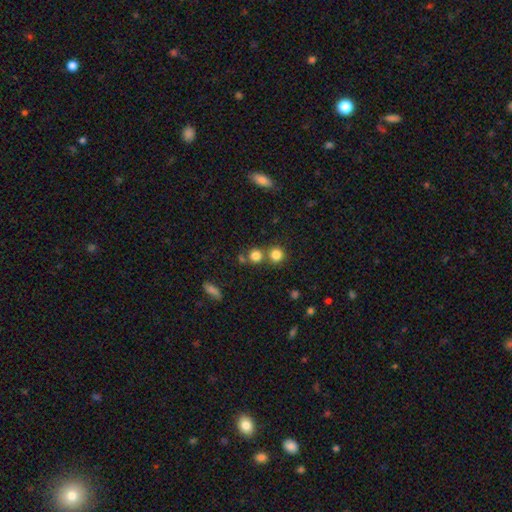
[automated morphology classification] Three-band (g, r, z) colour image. It shows a smooth galaxy with no disk features (79%) that is round (89%). Merging: none (62%).